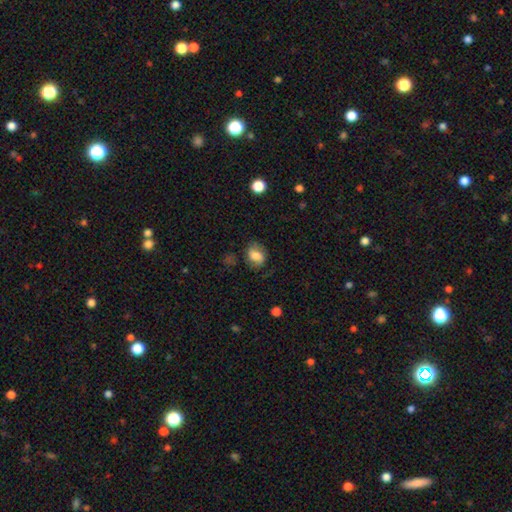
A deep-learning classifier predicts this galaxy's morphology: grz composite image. It shows a smooth galaxy with no disk features (75%) that is in between round and cigar-shaped (67%). Merging: none (67%).